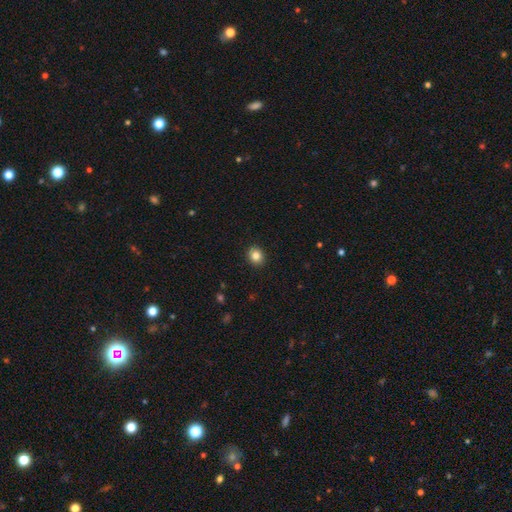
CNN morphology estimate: Smooth or featured?
  - smooth: 84% *
  - star or artifact: 10%
  - featured or disk: 5%
How rounded?
  - round: 69% *
  - in between: 30%
  - cigar-shaped: 1%
Merging?
  - none: 91% *
  - minor disturbance: 6%
  - major disturbance: 2%
  - merger: 1%